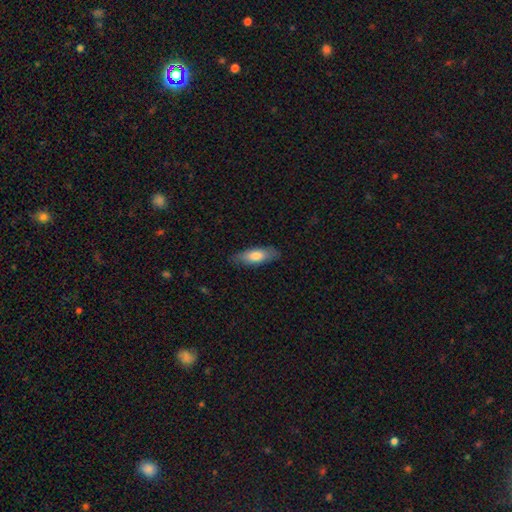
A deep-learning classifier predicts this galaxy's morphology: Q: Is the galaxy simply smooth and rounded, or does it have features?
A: smooth — 76%.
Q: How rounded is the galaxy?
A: in between — 66%.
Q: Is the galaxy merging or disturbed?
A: none — 83%.